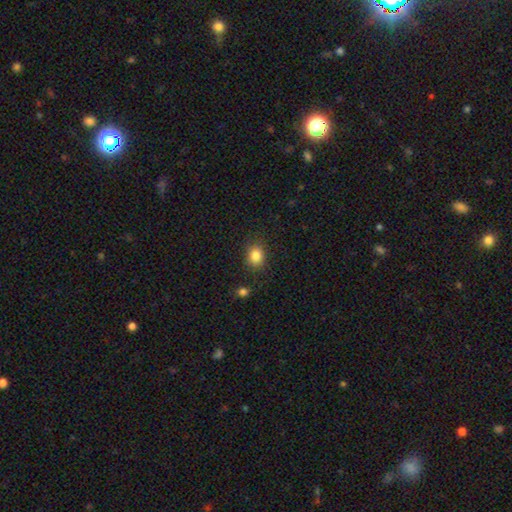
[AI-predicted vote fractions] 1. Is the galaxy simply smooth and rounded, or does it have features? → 84% smooth, 10% star or artifact, 5% featured or disk.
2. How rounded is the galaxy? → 58% round, 41% in between, 1% cigar-shaped.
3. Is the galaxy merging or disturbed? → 84% none, 11% minor disturbance, 3% major disturbance, 2% merger.